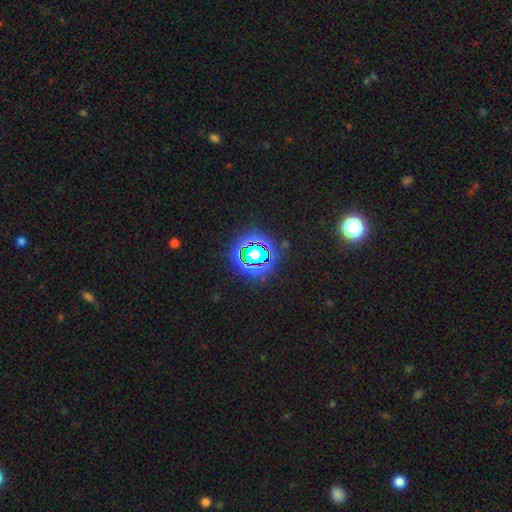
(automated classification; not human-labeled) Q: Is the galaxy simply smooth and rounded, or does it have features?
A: star or artifact — 63%.